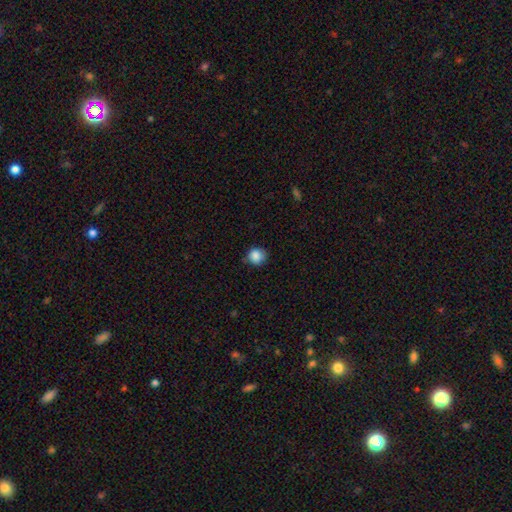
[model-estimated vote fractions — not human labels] smooth-or-featured: smooth: 86% | star or artifact: 9% | featured or disk: 5%
  how-rounded: round: 83% | in between: 16% | cigar-shaped: 1%
  merging: none: 71% | minor disturbance: 23% | major disturbance: 4% | merger: 1%